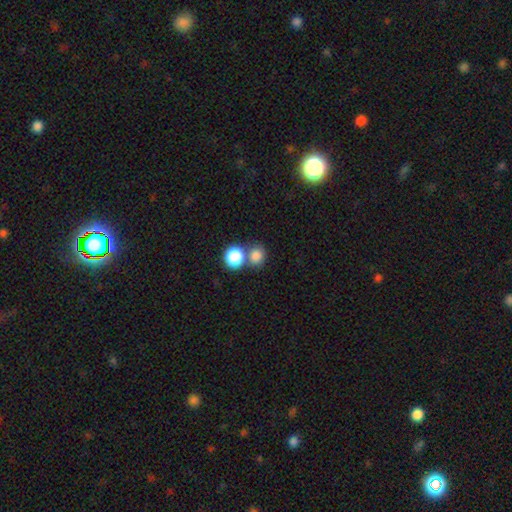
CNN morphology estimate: type=smooth (83%); roundness=round (71%); merging=merger (46%).